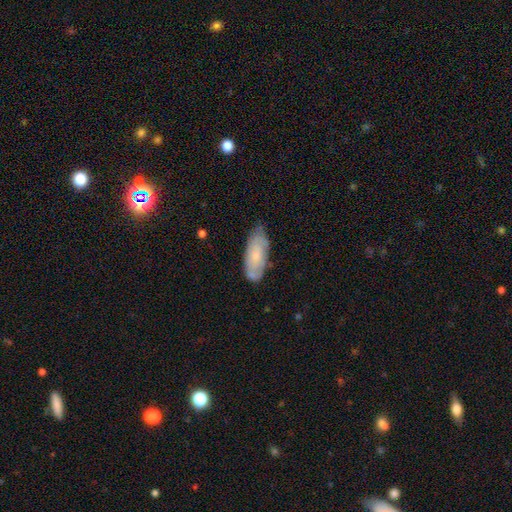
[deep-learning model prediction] A smooth galaxy with no disk features (47%). Merging: none (71%).